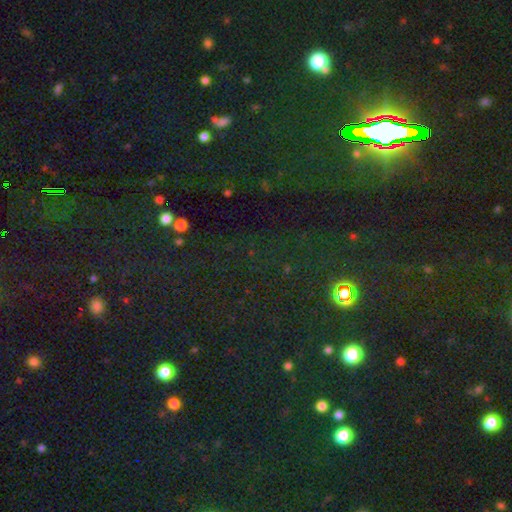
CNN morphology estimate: A star or artifact, not a galaxy (79%).

Vote fractions:
- Smooth or featured? star or artifact: 79% / smooth: 13% / featured or disk: 8%